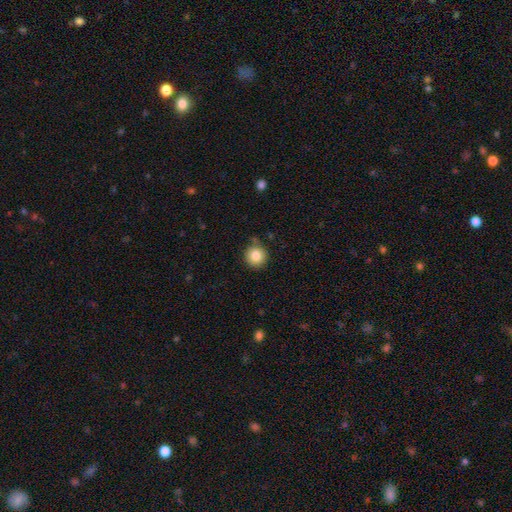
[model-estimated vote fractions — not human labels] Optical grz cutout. It shows a smooth galaxy with no disk features (83%) that is round (94%). Merging: none (85%).